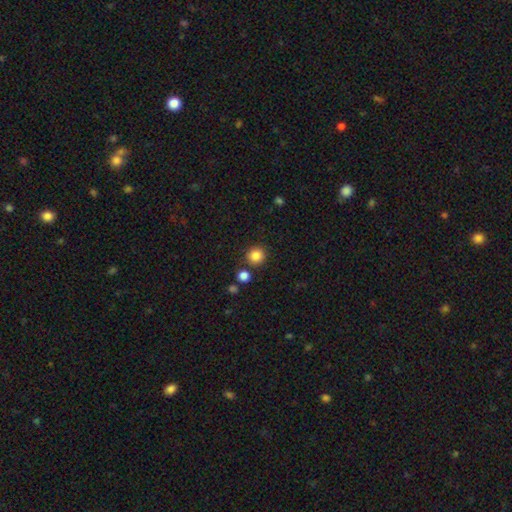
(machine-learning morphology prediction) type=smooth (85%); roundness=round (92%); merging=none (84%).